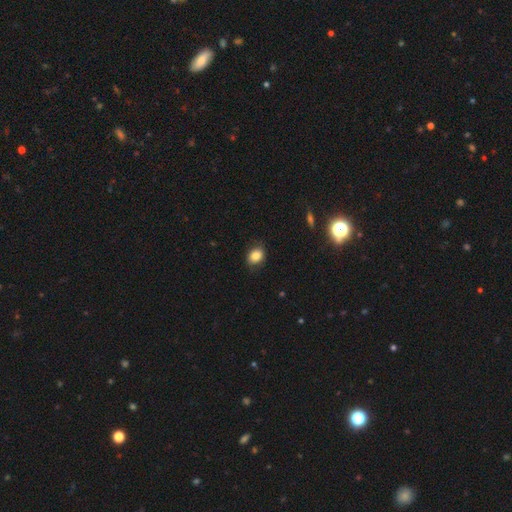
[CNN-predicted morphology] This appears to be a smooth galaxy with no disk features (84%) that is in between round and cigar-shaped (65%). Merging: none (79%).